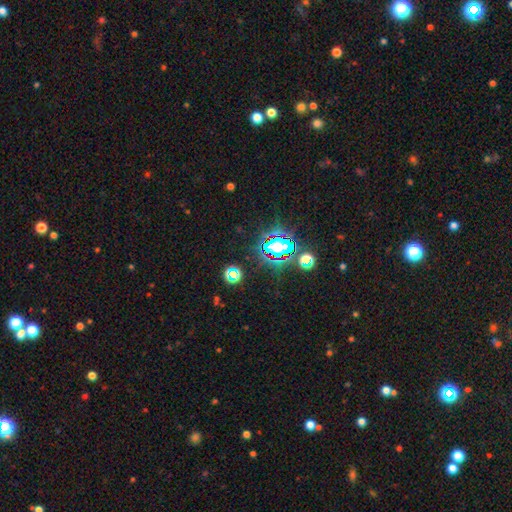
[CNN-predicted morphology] type=star or artifact (80%).